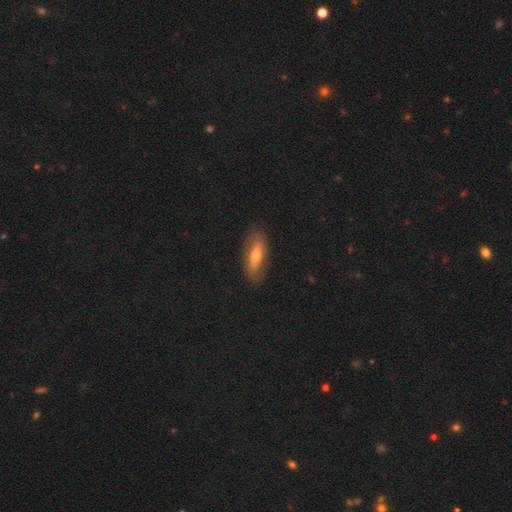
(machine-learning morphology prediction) The model was most divided on "edge-on disk": no: 54%, yes: 46%. More confident: merging — none (81%); smooth or featured — featured or disk (52%).